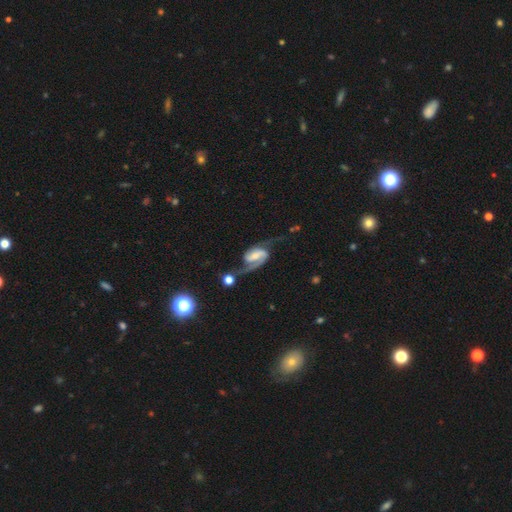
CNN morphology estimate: smooth-or-featured: featured or disk: 87% | smooth: 8% | star or artifact: 5%
  disk-edge-on: no: 97% | yes: 3%
    bar: weak: 43% | strong: 37% | no: 20%
    has-spiral-arms: yes: 96% | no: 4%
      spiral-winding: medium: 47% | loose: 35% | tight: 18%
      spiral-arm-count: 2: 84% | 1: 11% | can't tell: 3% | 3: 1% | 4: 1% | more than 4: 1%
    bulge-size: small: 42% | moderate: 37% | none: 11% | large: 8% | dominant: 2%
  merging: none: 49% | major disturbance: 23% | minor disturbance: 20% | merger: 9%